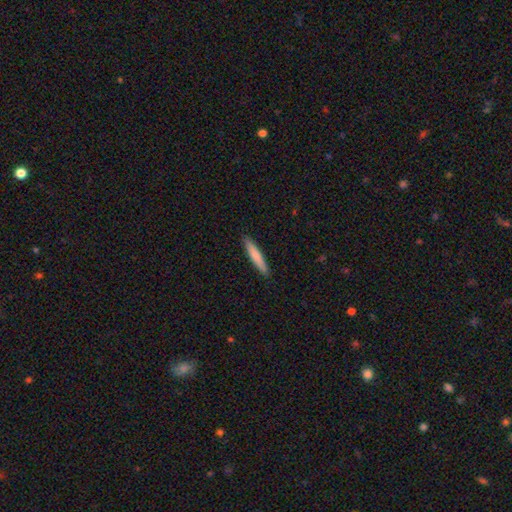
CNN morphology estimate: Smooth or featured: smooth — 76% (featured or disk — 18%)
How rounded: cigar-shaped — 93% (in between — 6%)
Merging: none — 91% (minor disturbance — 6%)